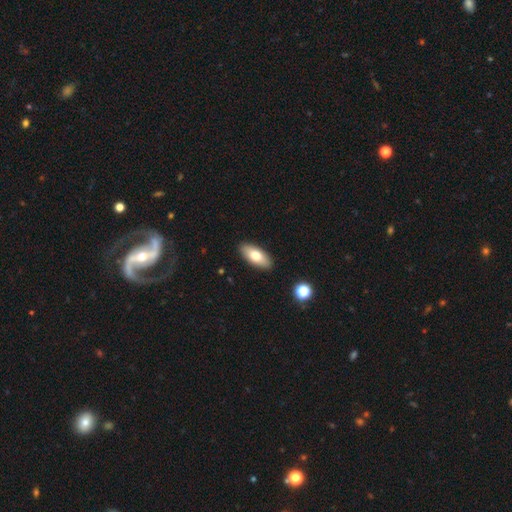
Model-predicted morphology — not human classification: smooth_or_featured: smooth (p=0.73) [alt: featured or disk p=0.20]
how_rounded: in between (p=0.86) [alt: cigar-shaped p=0.11]
merging: none (p=0.89) [alt: minor disturbance p=0.07]